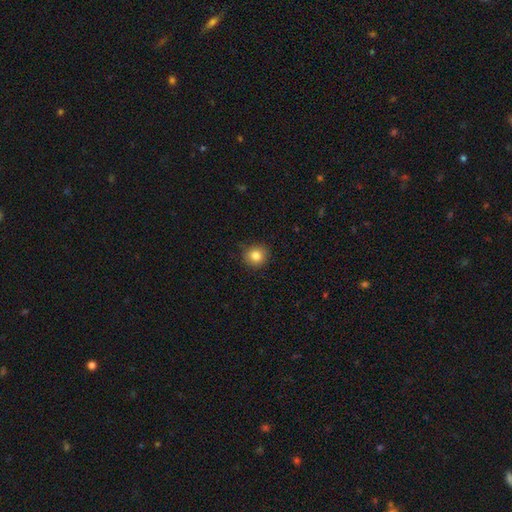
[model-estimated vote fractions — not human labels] Q: Smooth or featured?
A: smooth (83%); runner-up: star or artifact (10%)
Q: How rounded?
A: round (89%); runner-up: in between (10%)
Q: Merging?
A: none (86%); runner-up: minor disturbance (10%)